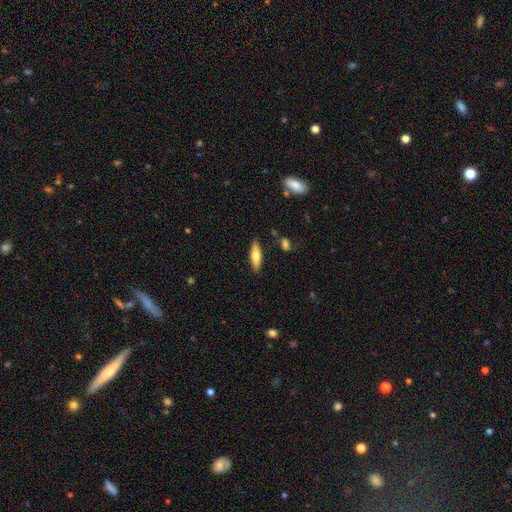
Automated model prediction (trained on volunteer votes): Smooth or featured: smooth — 63% (featured or disk — 31%)
How rounded: cigar-shaped — 55% (in between — 43%)
Merging: none — 85% (minor disturbance — 11%)